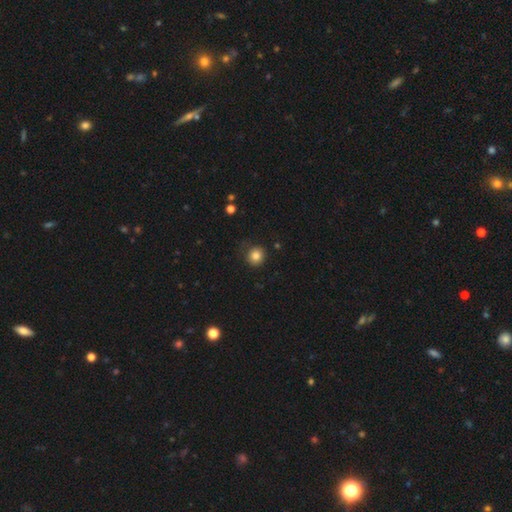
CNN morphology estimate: Smooth or featured? smooth (83%)
How rounded? round (91%)
Merging? none (83%)